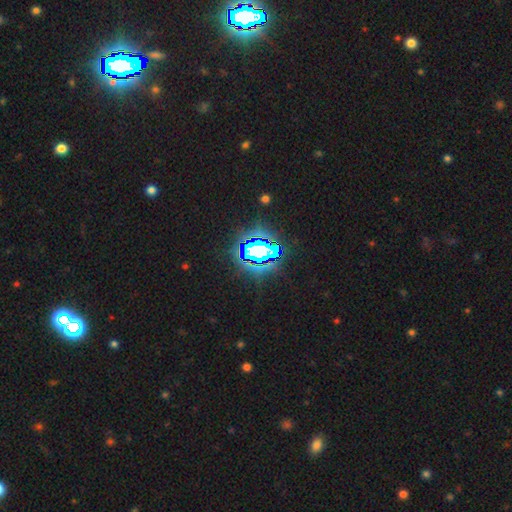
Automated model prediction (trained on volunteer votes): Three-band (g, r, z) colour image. It shows a star or artifact, not a galaxy (75%).